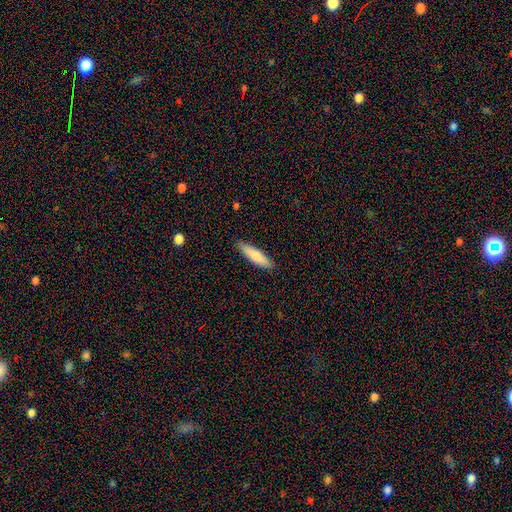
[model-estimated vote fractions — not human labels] Overall: smooth (75%). How rounded: cigar-shaped (71%). Merging: none (87%).